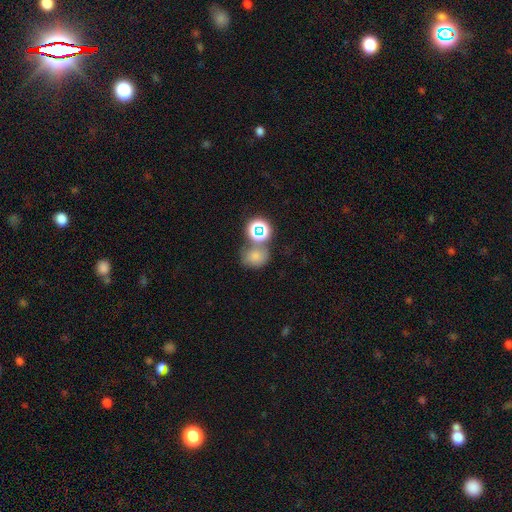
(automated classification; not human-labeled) smooth 68%, star or artifact 22%, featured or disk 10%. Down the decision tree: how rounded — round (62%); merging — none (54%).